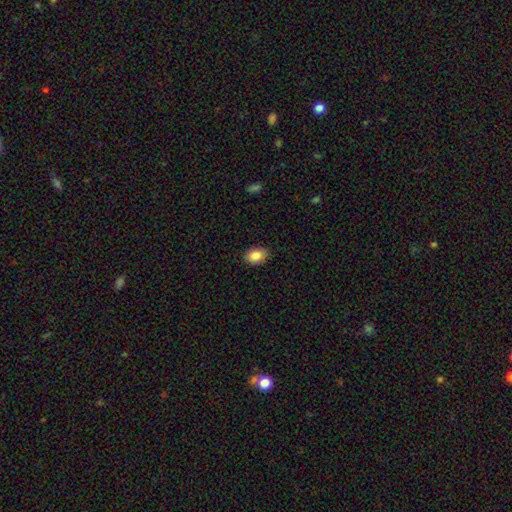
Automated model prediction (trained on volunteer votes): The model was most divided on "how rounded": in between: 81%, round: 18%, cigar-shaped: 1%. More confident: smooth or featured — smooth (87%); merging — none (86%).